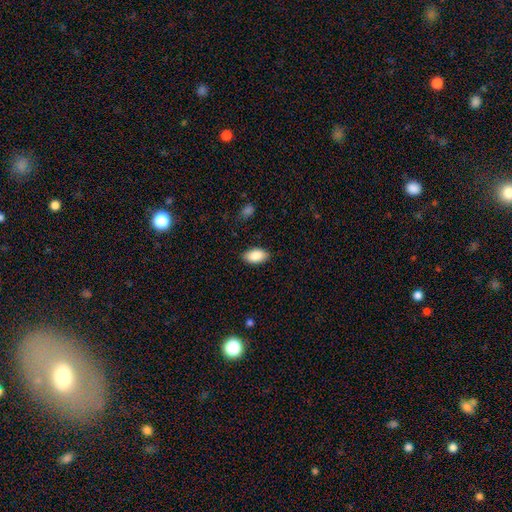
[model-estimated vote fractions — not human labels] Morphology: type=smooth (88%); roundness=in between (94%); merging=none (86%).